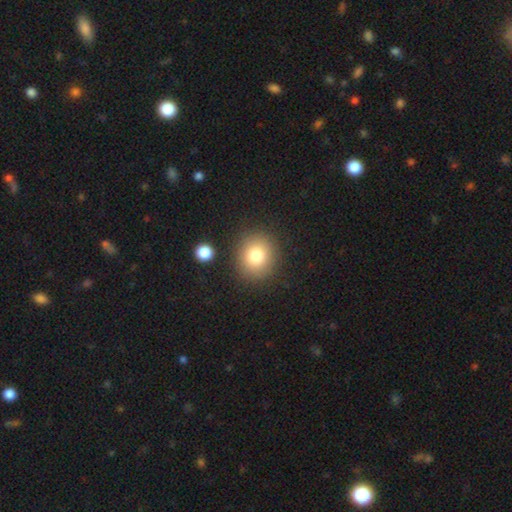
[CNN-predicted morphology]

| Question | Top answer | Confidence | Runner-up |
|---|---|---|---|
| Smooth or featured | smooth | 80% | star or artifact (11%) |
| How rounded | round | 81% | in between (18%) |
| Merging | none | 85% | minor disturbance (8%) |